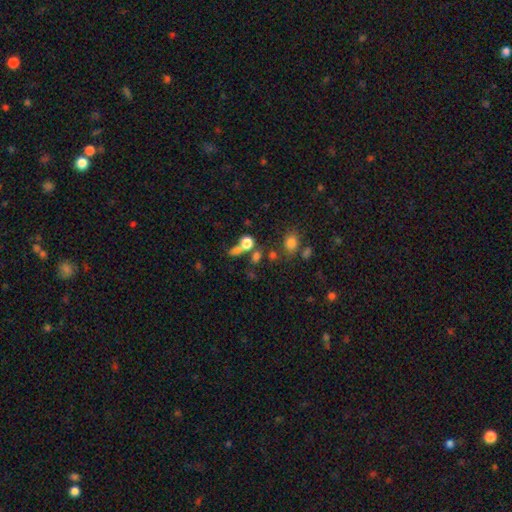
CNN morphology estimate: Q: Smooth or featured?
A: smooth (50%); runner-up: star or artifact (36%)
Q: How rounded?
A: round (62%); runner-up: in between (34%)
Q: Merging?
A: none (59%); runner-up: merger (24%)